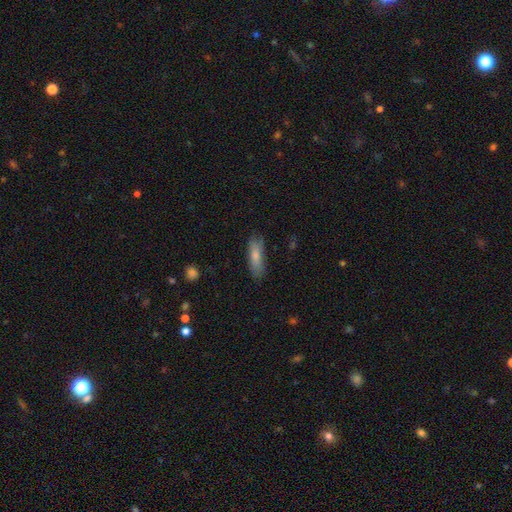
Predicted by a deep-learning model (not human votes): Smooth or featured?
  - smooth: 75% *
  - featured or disk: 19%
  - star or artifact: 6%
How rounded?
  - cigar-shaped: 54% *
  - in between: 44%
  - round: 2%
Merging?
  - none: 75% *
  - minor disturbance: 19%
  - major disturbance: 4%
  - merger: 2%